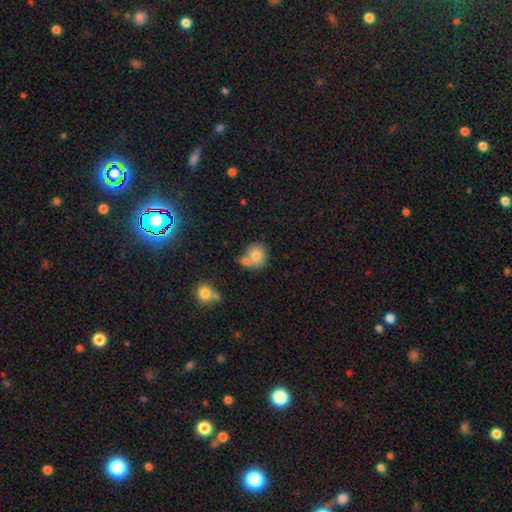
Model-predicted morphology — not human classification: The model was most divided on "merging": none: 48%, merger: 33%, minor disturbance: 14%, major disturbance: 5%. More confident: how rounded — round (80%); smooth or featured — smooth (79%).